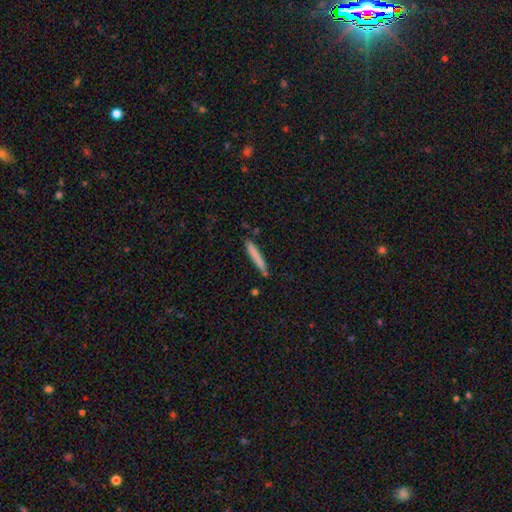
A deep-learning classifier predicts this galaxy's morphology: smooth_or_featured: smooth (p=0.77) [alt: featured or disk p=0.17]
how_rounded: cigar-shaped (p=0.95) [alt: in between p=0.03]
merging: none (p=0.80) [alt: minor disturbance p=0.13]